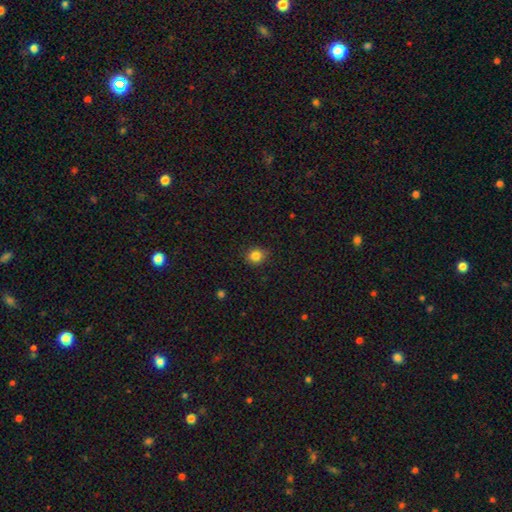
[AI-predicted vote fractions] Smooth or featured? Predicted: smooth (p=0.84). How rounded? Predicted: round (p=0.80). Merging? Predicted: none (p=0.88).